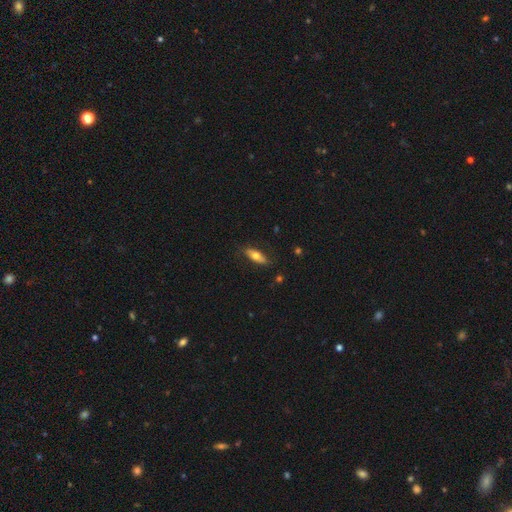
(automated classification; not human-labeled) Q: Smooth or featured?
A: smooth (66%); runner-up: featured or disk (27%)
Q: How rounded?
A: in between (63%); runner-up: cigar-shaped (34%)
Q: Merging?
A: none (79%); runner-up: minor disturbance (16%)